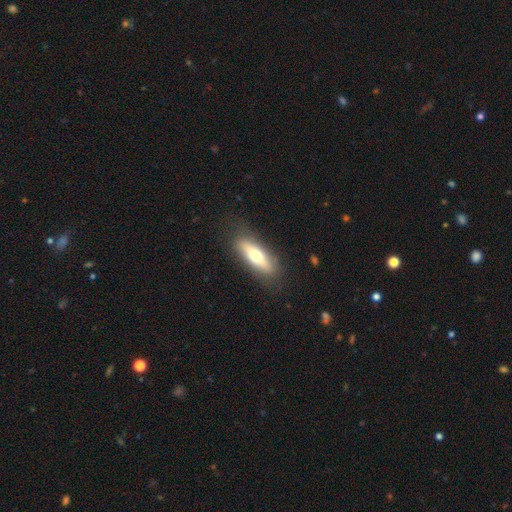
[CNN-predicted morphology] Smooth or featured? Predicted: smooth (p=0.59). How rounded? Predicted: in between (p=0.51). Merging? Predicted: none (p=0.80).